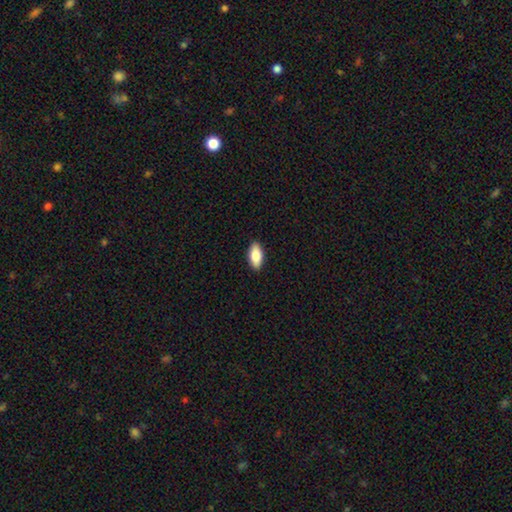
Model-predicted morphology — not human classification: A smooth galaxy with no disk features (82%) that is in between round and cigar-shaped (89%).

Vote fractions:
- Smooth or featured? smooth: 82% / featured or disk: 11% / star or artifact: 6%
- How rounded? in between: 89% / cigar-shaped: 9% / round: 3%
- Merging? none: 90% / minor disturbance: 7% / major disturbance: 2% / merger: 1%